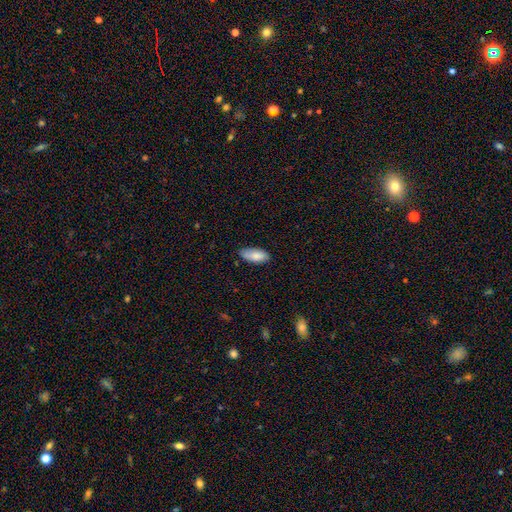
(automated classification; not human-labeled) This appears to be a smooth galaxy with no disk features (84%) that is in between round and cigar-shaped (86%). Merging: none (78%).